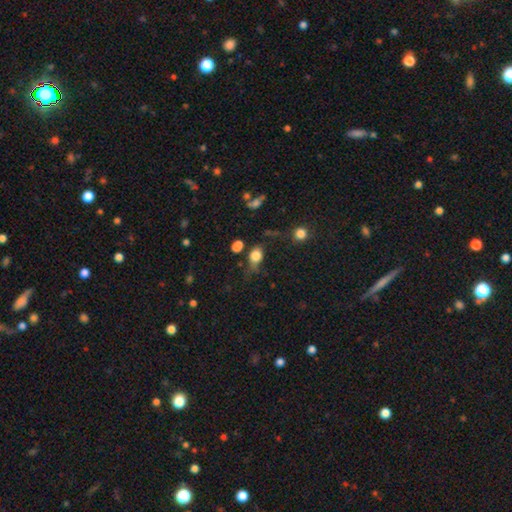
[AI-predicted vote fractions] Morphology: type=smooth (79%); roundness=in between (59%); merging=none (50%).